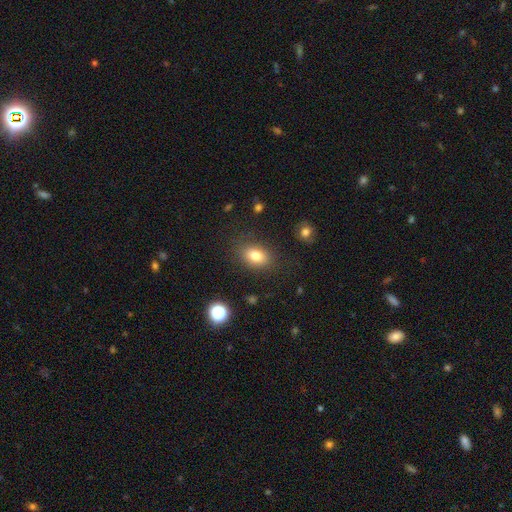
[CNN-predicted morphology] Overall: smooth (80%). How rounded: in between (80%). Merging: none (83%).